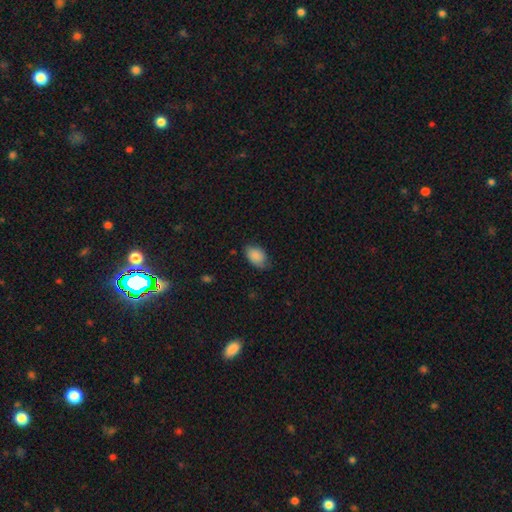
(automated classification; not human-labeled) This appears to be a smooth galaxy with no disk features (87%) that is in between round and cigar-shaped (87%). Merging: none (66%).